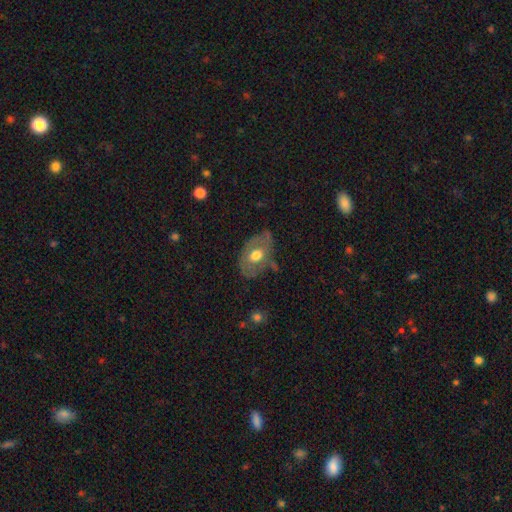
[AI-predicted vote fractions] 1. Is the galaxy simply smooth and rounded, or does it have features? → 50% featured or disk, 43% smooth, 7% star or artifact.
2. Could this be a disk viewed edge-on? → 91% no, 9% yes.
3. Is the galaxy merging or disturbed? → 51% none, 30% minor disturbance, 15% major disturbance, 3% merger.